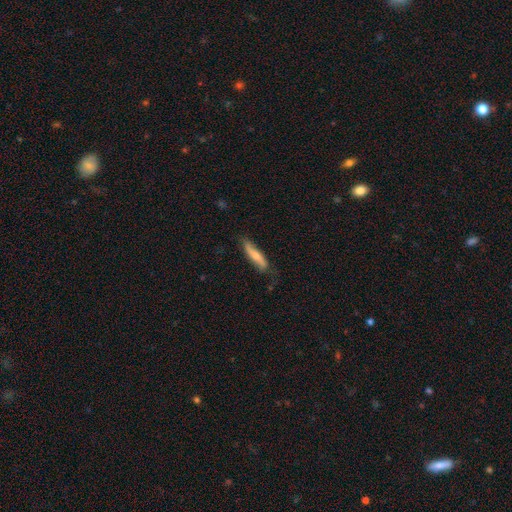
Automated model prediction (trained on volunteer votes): Smooth or featured? smooth (52%)
How rounded? cigar-shaped (78%)
Merging? none (71%)